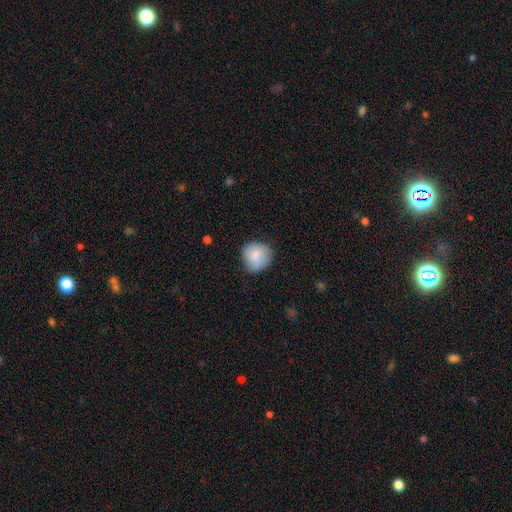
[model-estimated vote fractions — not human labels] A smooth galaxy with no disk features (81%) that is round (85%).

Vote fractions:
- Smooth or featured? smooth: 81% / featured or disk: 13% / star or artifact: 6%
- How rounded? round: 85% / in between: 14% / cigar-shaped: 1%
- Merging? none: 67% / minor disturbance: 27% / major disturbance: 5% / merger: 1%